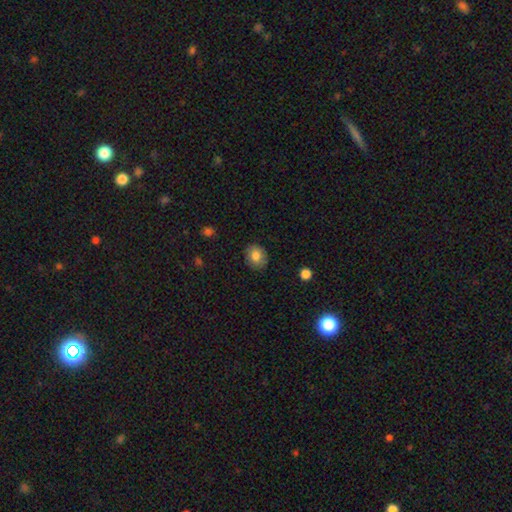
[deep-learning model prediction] A smooth galaxy with no disk features (81%) that is round (59%). Merging: none (86%).